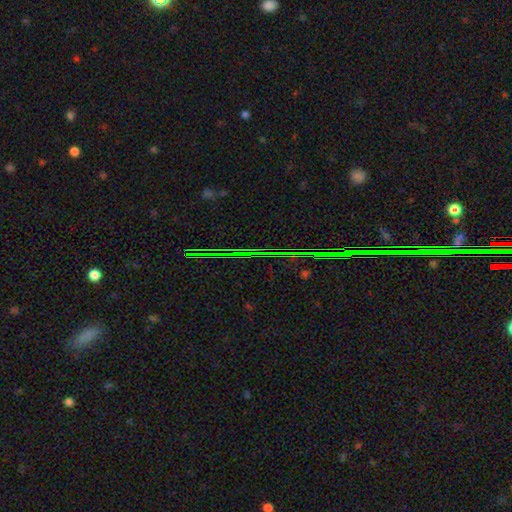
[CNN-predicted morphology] star or artifact 82%, featured or disk 9%, smooth 9%.